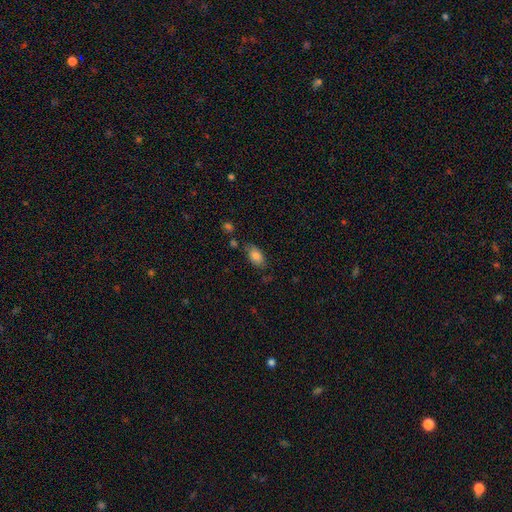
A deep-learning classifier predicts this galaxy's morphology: This appears to be a smooth galaxy with no disk features (83%) that is in between round and cigar-shaped (91%). Merging: none (68%).